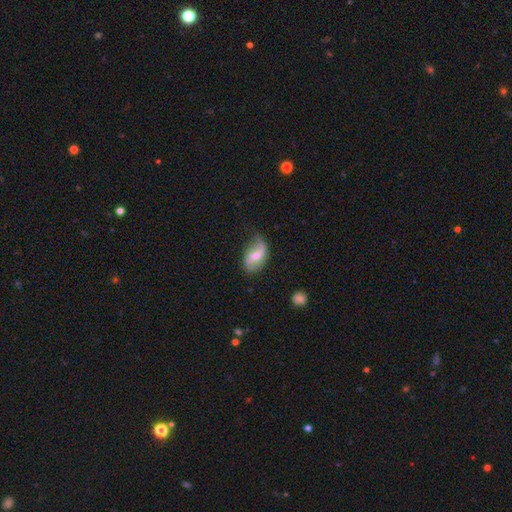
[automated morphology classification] featured or disk 67%, smooth 27%, star or artifact 6%. Down the decision tree: edge-on disk — no (96%); bar — weak (46%); spiral arms — yes (89%); spiral arm count — 2 (81%); spiral winding — loose (76%); bulge size — moderate (59%); merging — none (57%).